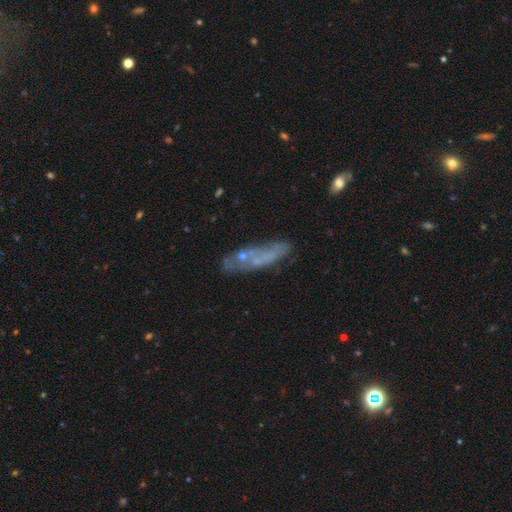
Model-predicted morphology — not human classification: smooth-or-featured: featured or disk: 48% | smooth: 39% | star or artifact: 13%
  merging: none: 62% | minor disturbance: 20% | major disturbance: 11% | merger: 7%